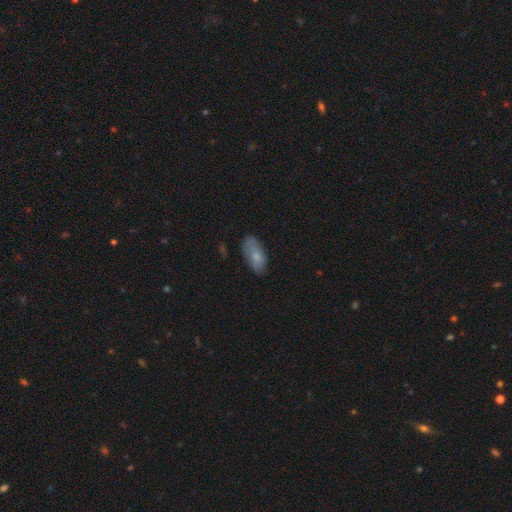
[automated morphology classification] This is likely a smooth galaxy (75%). How rounded: clearly in between (90%). Merging: likely none (72%).